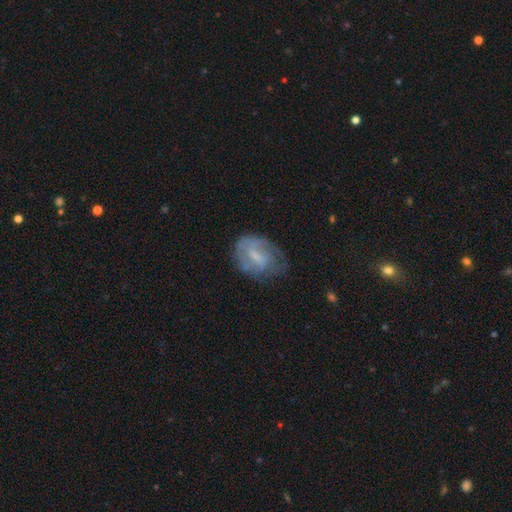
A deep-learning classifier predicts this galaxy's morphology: This is possibly a featured or disk galaxy (59%). It is clearly not viewed edge-on (96%). Bar: possibly weak (55%). Spiral arm pattern: likely yes (69%). Central bulge: marginally small (43%). Merging: possibly none (52%).